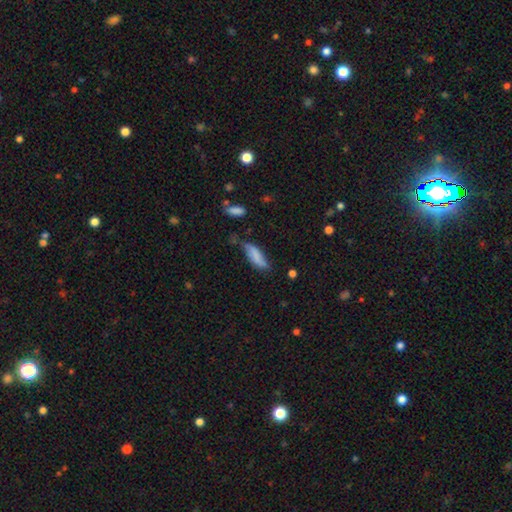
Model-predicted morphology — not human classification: Smooth or featured: smooth — 70% (featured or disk — 23%)
How rounded: in between — 57% (cigar-shaped — 41%)
Merging: none — 50% (minor disturbance — 34%)